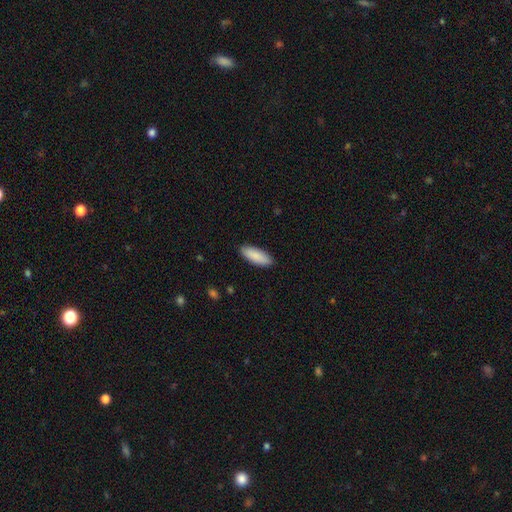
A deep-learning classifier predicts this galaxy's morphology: Smooth or featured? Predicted: smooth (p=0.89). How rounded? Predicted: in between (p=0.72). Merging? Predicted: none (p=0.89).